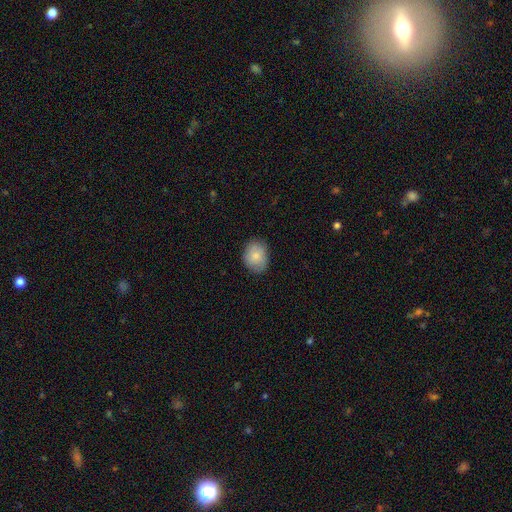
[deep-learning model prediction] Smooth or featured? Predicted: smooth (p=0.82). How rounded? Predicted: in between (p=0.55). Merging? Predicted: none (p=0.82).